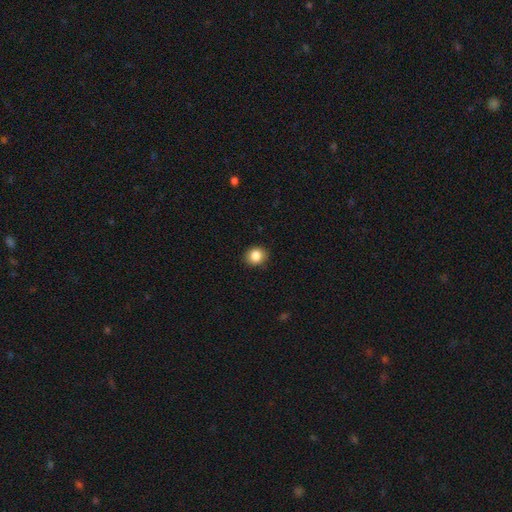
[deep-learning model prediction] This is clearly a smooth galaxy (86%). How rounded: likely round (78%). Merging: clearly none (89%).